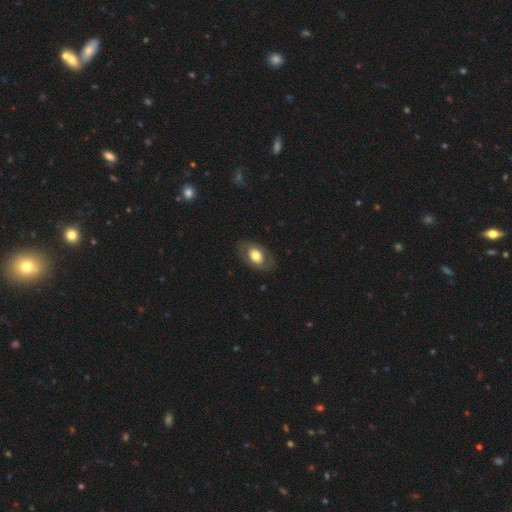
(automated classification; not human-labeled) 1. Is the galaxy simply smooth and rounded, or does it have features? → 55% smooth, 39% featured or disk, 6% star or artifact.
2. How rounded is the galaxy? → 84% in between, 14% round, 1% cigar-shaped.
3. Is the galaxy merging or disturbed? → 79% none, 14% minor disturbance, 7% major disturbance, 1% merger.